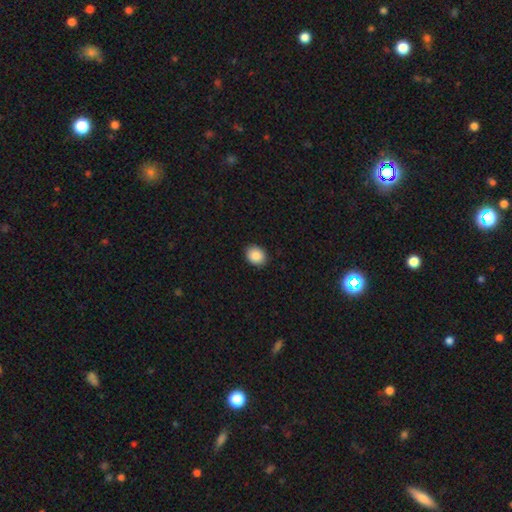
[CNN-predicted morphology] type=smooth (88%); roundness=round (53%); merging=none (90%).